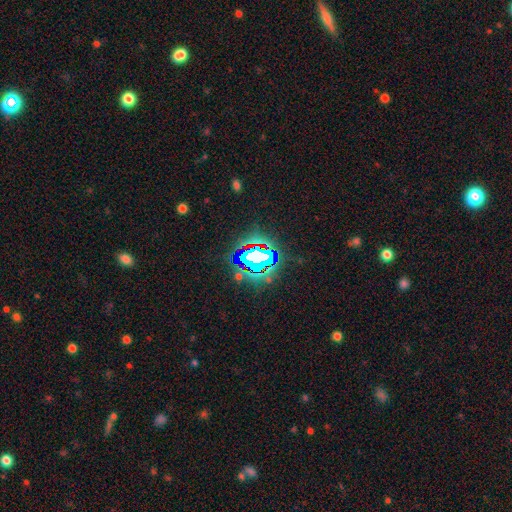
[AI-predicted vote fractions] Morphology: type=star or artifact (70%).